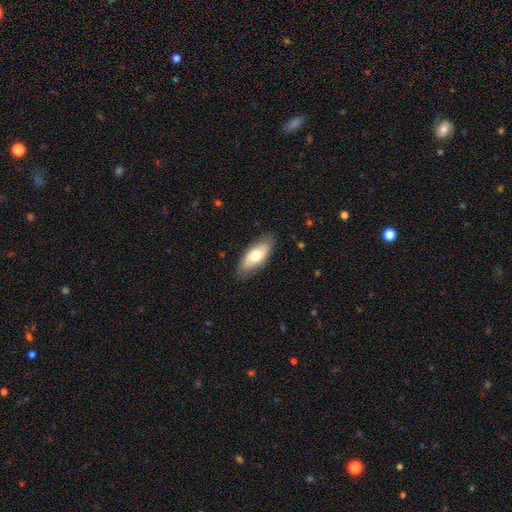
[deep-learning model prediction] smooth_or_featured: smooth (p=0.62) [alt: featured or disk p=0.33]
how_rounded: in between (p=0.85) [alt: cigar-shaped p=0.12]
merging: none (p=0.83) [alt: minor disturbance p=0.13]